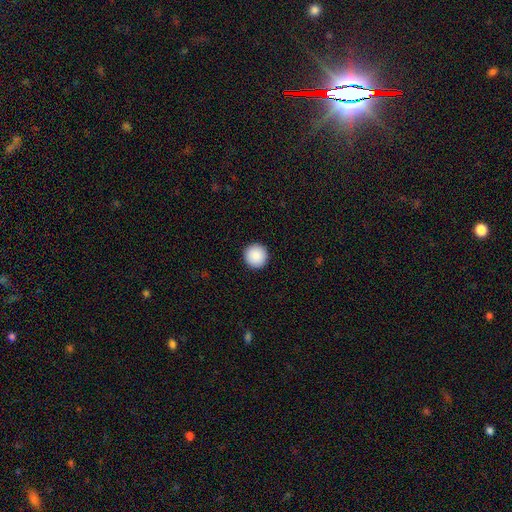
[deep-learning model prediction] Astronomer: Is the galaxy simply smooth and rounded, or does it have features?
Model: smooth — 90%.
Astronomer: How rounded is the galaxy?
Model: round — 97%.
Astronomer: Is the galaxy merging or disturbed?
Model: none — 94%.